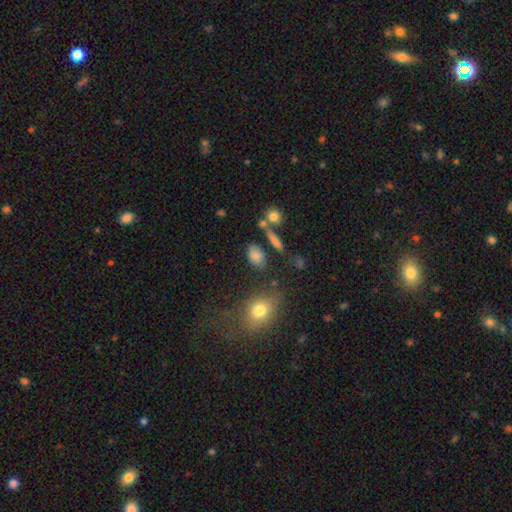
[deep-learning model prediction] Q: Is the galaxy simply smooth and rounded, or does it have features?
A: smooth — 78%.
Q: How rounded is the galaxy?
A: in between — 81%.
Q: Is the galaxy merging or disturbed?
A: none — 68%.